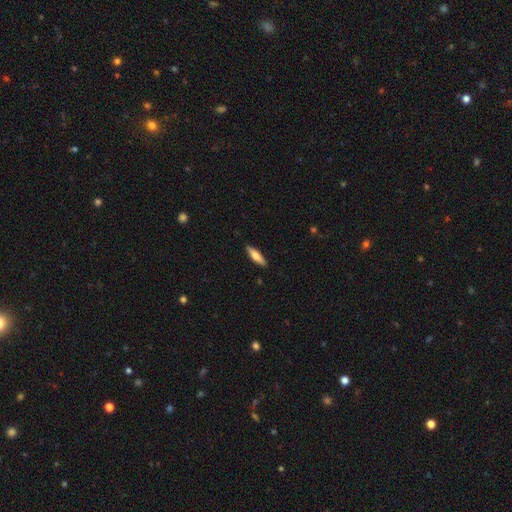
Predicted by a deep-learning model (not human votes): A smooth galaxy with no disk features (65%) that is cigar-shaped (69%).

Vote fractions:
- Smooth or featured? smooth: 65% / featured or disk: 29% / star or artifact: 6%
- How rounded? cigar-shaped: 69% / in between: 29% / round: 2%
- Merging? none: 88% / minor disturbance: 9% / major disturbance: 2% / merger: 1%